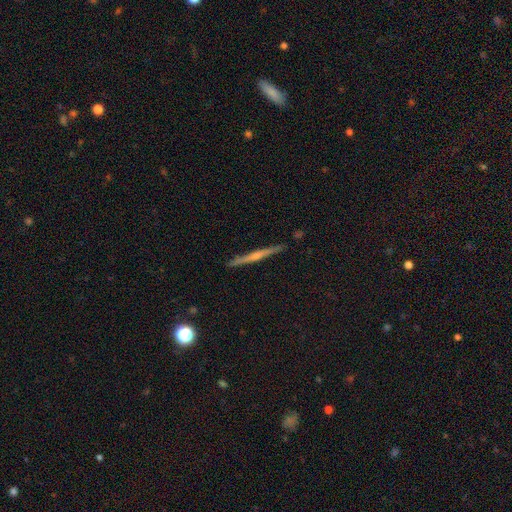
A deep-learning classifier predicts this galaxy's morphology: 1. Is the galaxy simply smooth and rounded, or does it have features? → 67% featured or disk, 26% smooth, 6% star or artifact.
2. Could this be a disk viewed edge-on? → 98% yes, 2% no.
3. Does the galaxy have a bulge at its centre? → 52% rounded, 35% none, 13% boxy.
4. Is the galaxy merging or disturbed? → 90% none, 7% minor disturbance, 1% major disturbance, 1% merger.